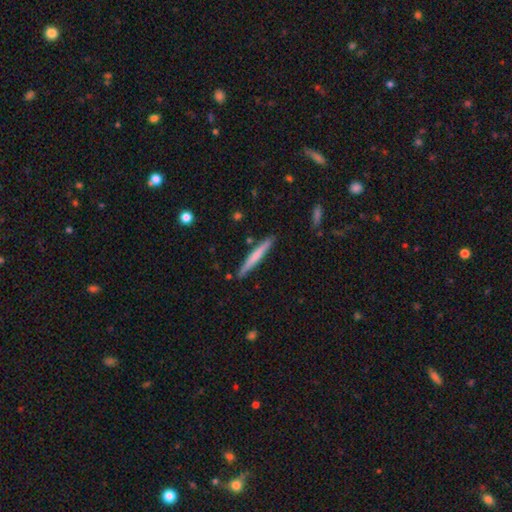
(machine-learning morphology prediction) Smooth or featured? smooth (60%)
How rounded? cigar-shaped (96%)
Merging? none (88%)